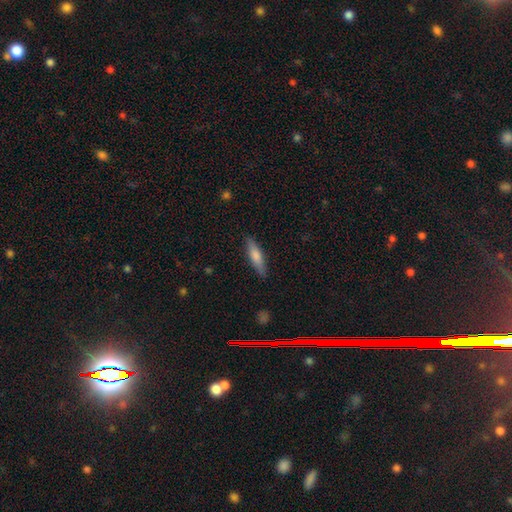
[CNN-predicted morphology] Smooth or featured?
  - smooth: 69% *
  - featured or disk: 25%
  - star or artifact: 6%
How rounded?
  - cigar-shaped: 71% *
  - in between: 27%
  - round: 2%
Merging?
  - none: 86% *
  - minor disturbance: 10%
  - major disturbance: 2%
  - merger: 1%